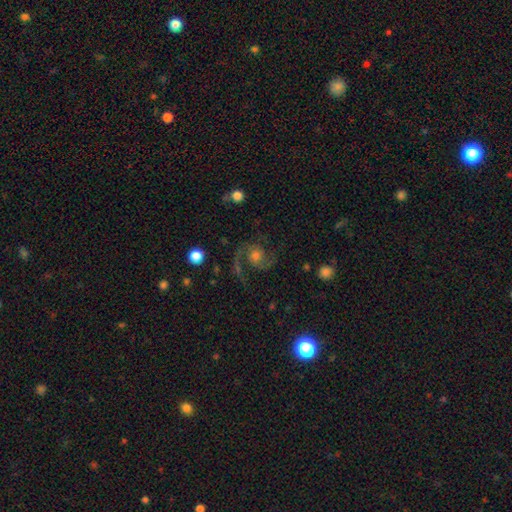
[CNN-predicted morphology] type=featured or disk (85%); edge-on=no (98%); bar=no (70%); spiral arms=yes (97%); winding=medium (58%); arm count=2 (91%); bulge=moderate (58%); merging=none (75%).